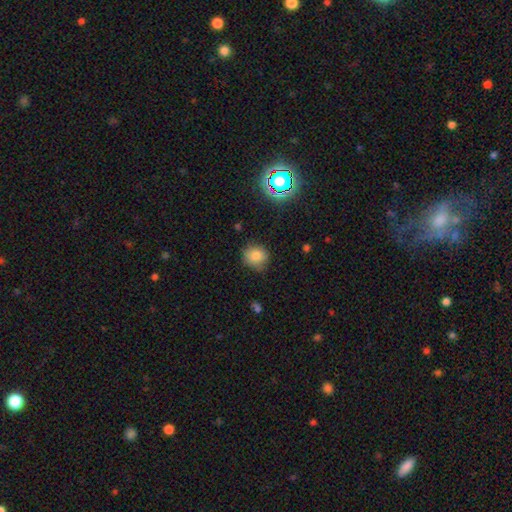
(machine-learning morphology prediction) Smooth or featured? Predicted: smooth (p=0.80). How rounded? Predicted: round (p=0.83). Merging? Predicted: none (p=0.78).